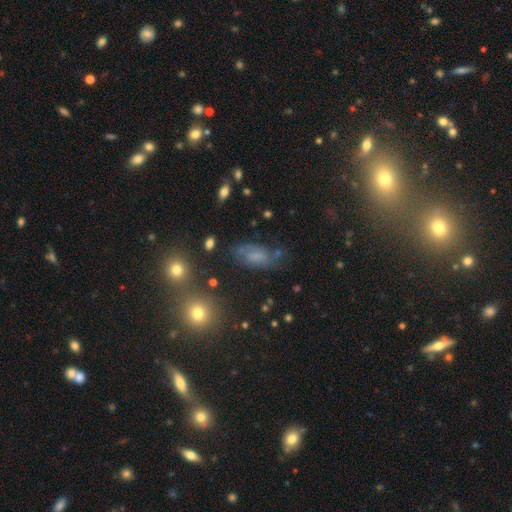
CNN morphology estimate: Smooth or featured? smooth (46%)
Merging? none (60%)